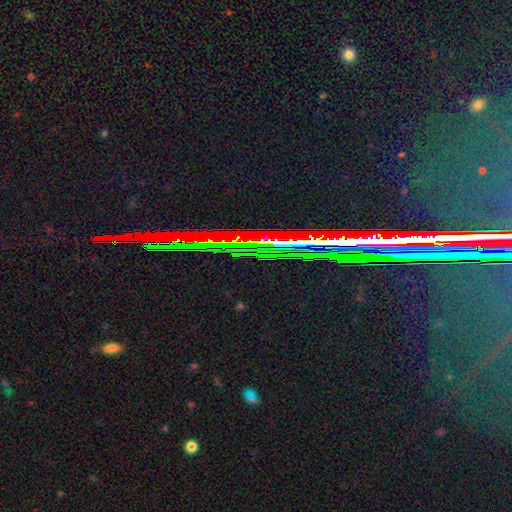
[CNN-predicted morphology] smooth-or-featured: star or artifact: 82% | featured or disk: 10% | smooth: 8%